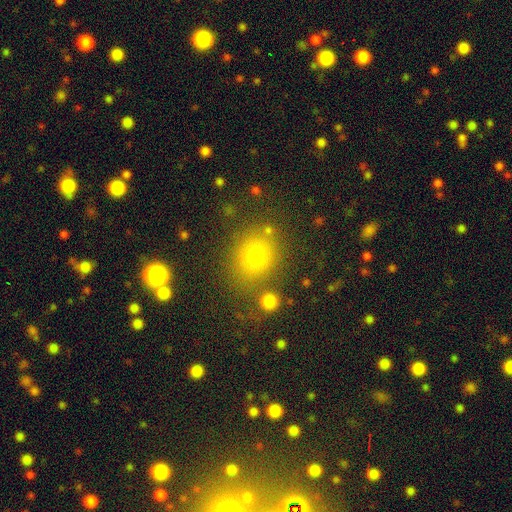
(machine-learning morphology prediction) smooth_or_featured: smooth (p=0.73) [alt: star or artifact p=0.17]
how_rounded: round (p=0.72) [alt: in between p=0.27]
merging: none (p=0.74) [alt: minor disturbance p=0.11]